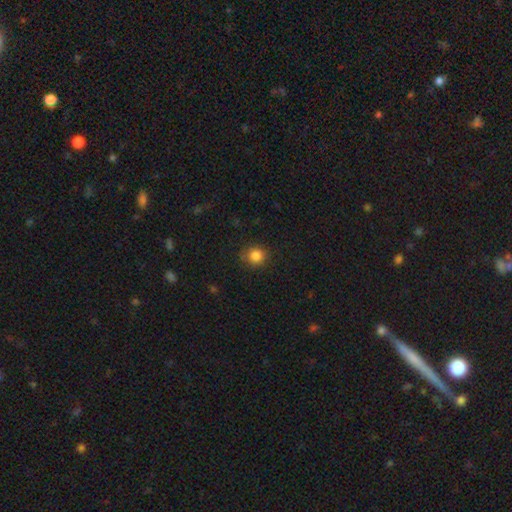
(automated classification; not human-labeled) Overall: smooth (84%). How rounded: round (88%). Merging: none (83%).